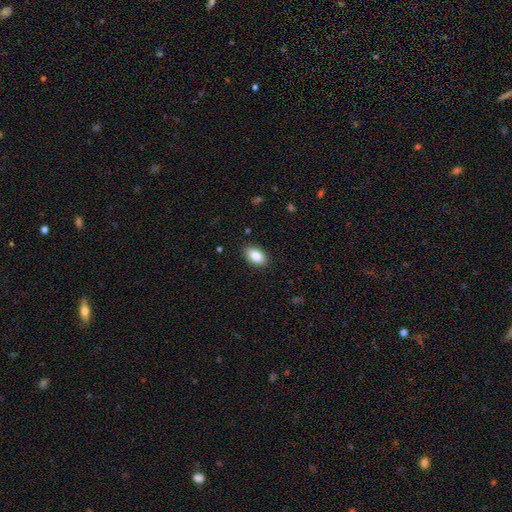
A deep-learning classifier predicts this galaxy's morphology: A smooth galaxy with no disk features (85%) that is in between round and cigar-shaped (91%).

Vote fractions:
- Smooth or featured? smooth: 85% / featured or disk: 8% / star or artifact: 8%
- How rounded? in between: 91% / round: 7% / cigar-shaped: 2%
- Merging? none: 88% / minor disturbance: 9% / major disturbance: 2% / merger: 1%